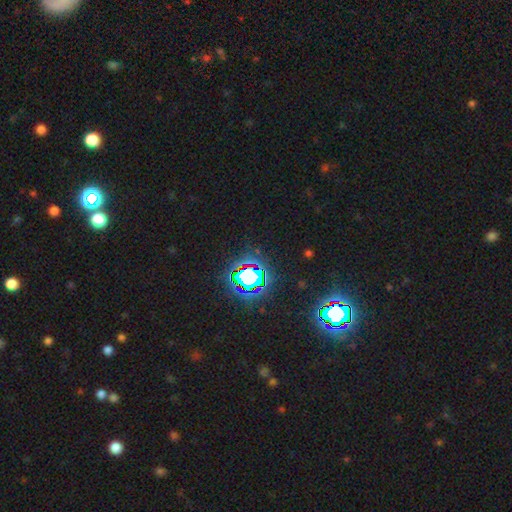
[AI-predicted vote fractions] Morphology: type=star or artifact (82%).